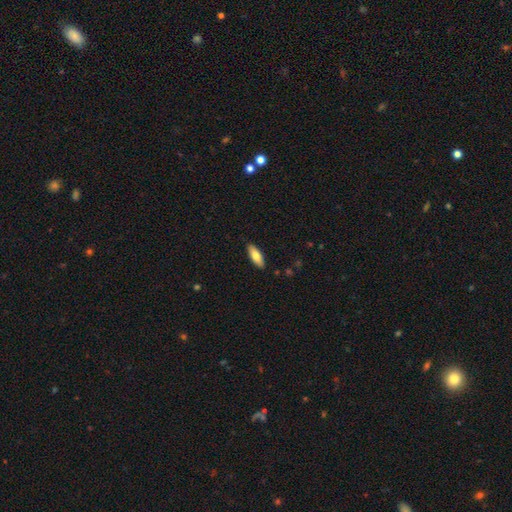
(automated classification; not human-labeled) The model was most divided on "how rounded": in between: 70%, cigar-shaped: 28%, round: 2%. More confident: merging — none (88%); smooth or featured — smooth (76%).